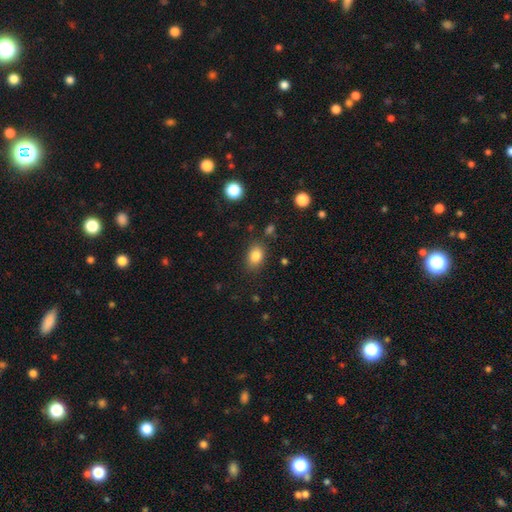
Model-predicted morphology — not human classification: smooth_or_featured: smooth (p=0.85) [alt: star or artifact p=0.10]
how_rounded: in between (p=0.76) [alt: round p=0.22]
merging: none (p=0.80) [alt: minor disturbance p=0.13]